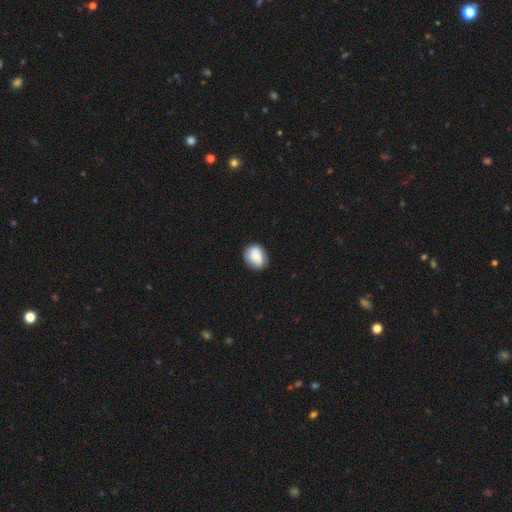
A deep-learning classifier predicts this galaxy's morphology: smooth 79%, featured or disk 14%, star or artifact 7%. Down the decision tree: how rounded — round (53%); merging — none (76%).